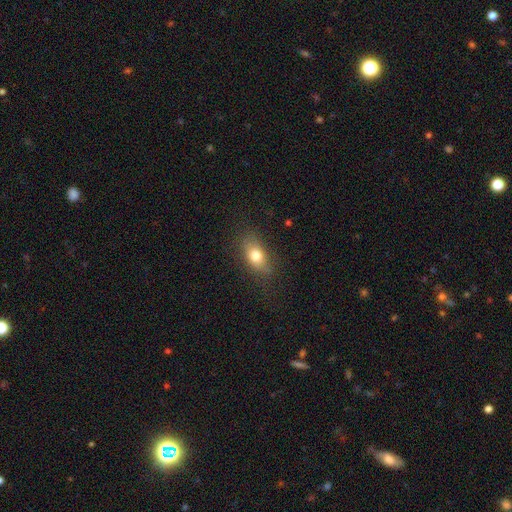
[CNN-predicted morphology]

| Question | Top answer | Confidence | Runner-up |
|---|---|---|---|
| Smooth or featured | smooth | 76% | featured or disk (15%) |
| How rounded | in between | 81% | round (13%) |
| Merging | none | 74% | minor disturbance (18%) |